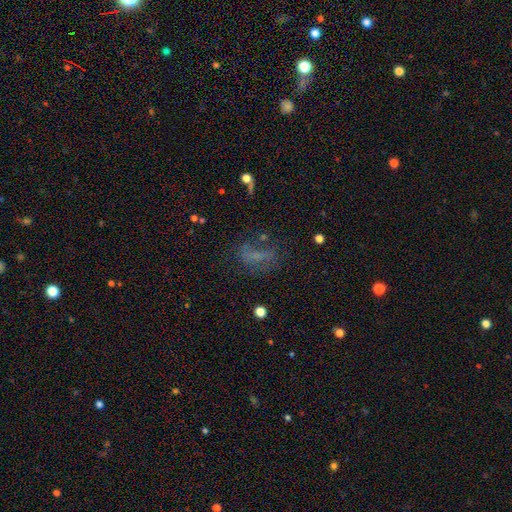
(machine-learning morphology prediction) smooth-or-featured: smooth: 43% | featured or disk: 32% | star or artifact: 25%
  merging: none: 49% | major disturbance: 24% | minor disturbance: 21% | merger: 6%